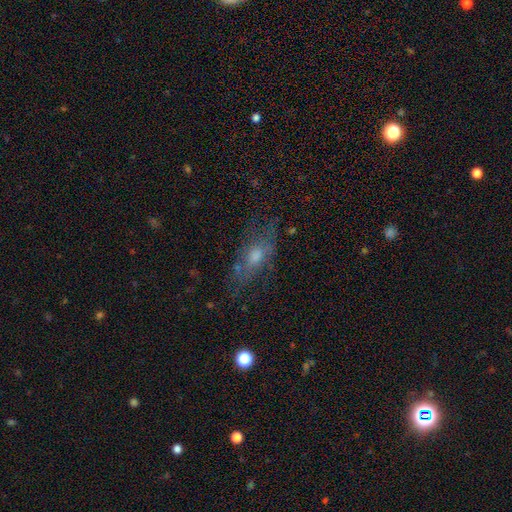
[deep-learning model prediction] A featured or disk galaxy (46%).

Vote fractions:
- Smooth or featured? featured or disk: 46% / smooth: 39% / star or artifact: 15%
- Merging? none: 65% / minor disturbance: 20% / major disturbance: 12% / merger: 2%